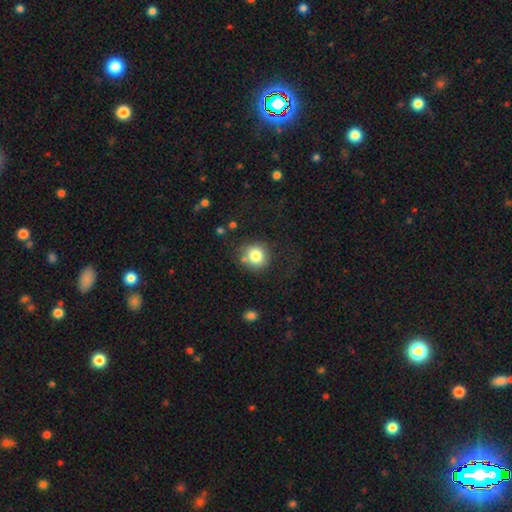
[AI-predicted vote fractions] Smooth or featured?
  - smooth: 82% *
  - star or artifact: 10%
  - featured or disk: 8%
How rounded?
  - round: 87% *
  - in between: 12%
  - cigar-shaped: 1%
Merging?
  - none: 72% *
  - minor disturbance: 15%
  - major disturbance: 7%
  - merger: 6%